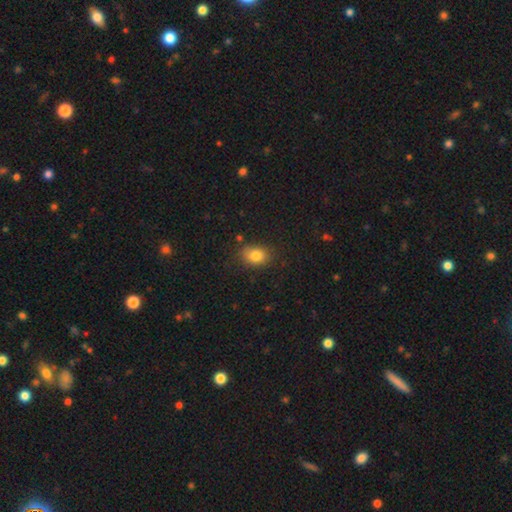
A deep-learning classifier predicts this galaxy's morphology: This appears to be a smooth galaxy with no disk features (82%) that is in between round and cigar-shaped (64%). Merging: none (76%).